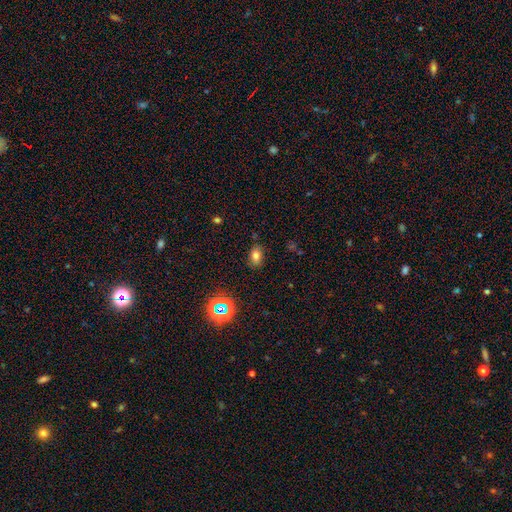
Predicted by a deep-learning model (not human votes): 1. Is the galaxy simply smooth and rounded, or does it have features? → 73% smooth, 18% star or artifact, 9% featured or disk.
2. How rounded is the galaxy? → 83% in between, 14% round, 2% cigar-shaped.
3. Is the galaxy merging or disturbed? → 82% none, 13% minor disturbance, 3% major disturbance, 2% merger.